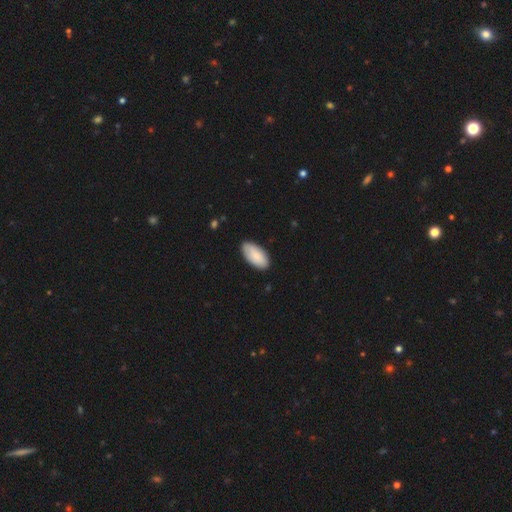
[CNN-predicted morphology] Overall: smooth (85%). How rounded: in between (95%). Merging: none (85%).